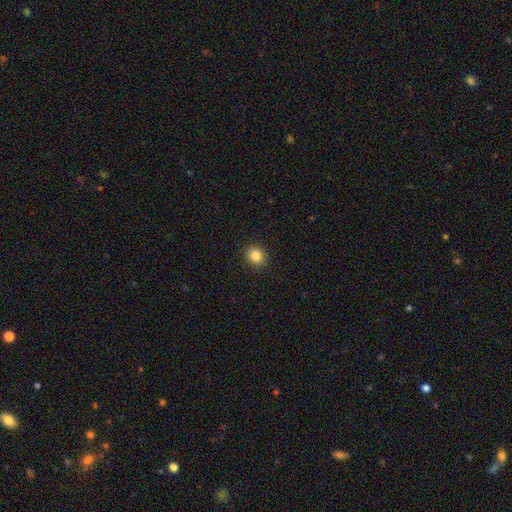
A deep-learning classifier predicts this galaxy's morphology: A smooth galaxy with no disk features (85%) that is round (77%). Merging: none (90%).